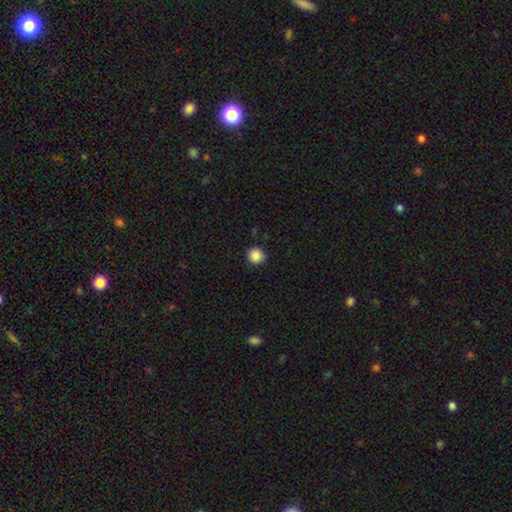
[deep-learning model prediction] This appears to be a smooth galaxy with no disk features (88%) that is round (93%). Merging: none (91%).